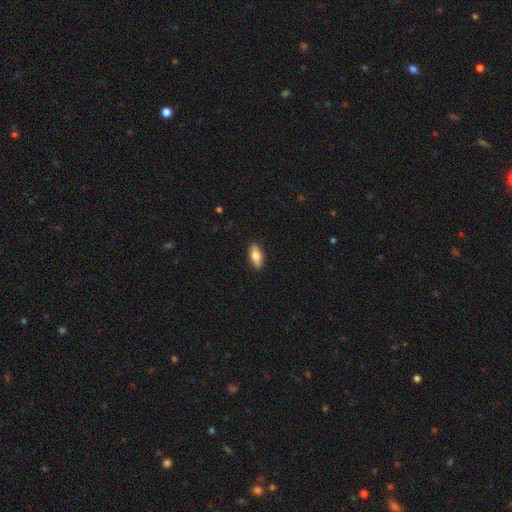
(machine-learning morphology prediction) Smooth or featured?
  - smooth: 73% *
  - featured or disk: 21%
  - star or artifact: 6%
How rounded?
  - in between: 77% *
  - cigar-shaped: 20%
  - round: 3%
Merging?
  - none: 89% *
  - minor disturbance: 8%
  - major disturbance: 2%
  - merger: 1%